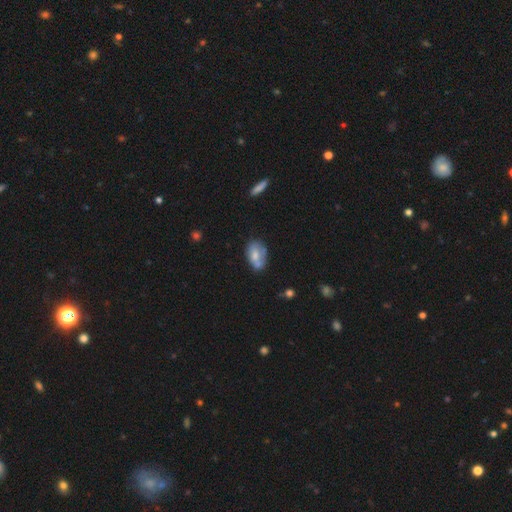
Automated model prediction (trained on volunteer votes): smooth 61%, featured or disk 31%, star or artifact 8%. Down the decision tree: how rounded — in between (87%); merging — none (44%).